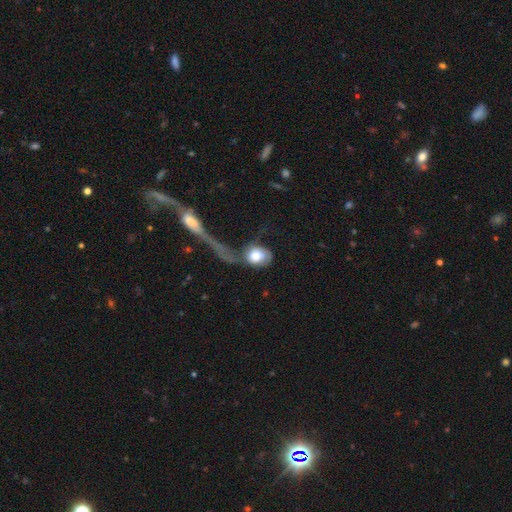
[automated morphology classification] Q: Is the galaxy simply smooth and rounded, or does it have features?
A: smooth — 54%.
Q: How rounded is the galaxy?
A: in between — 52%.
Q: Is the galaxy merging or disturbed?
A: major disturbance — 45%.